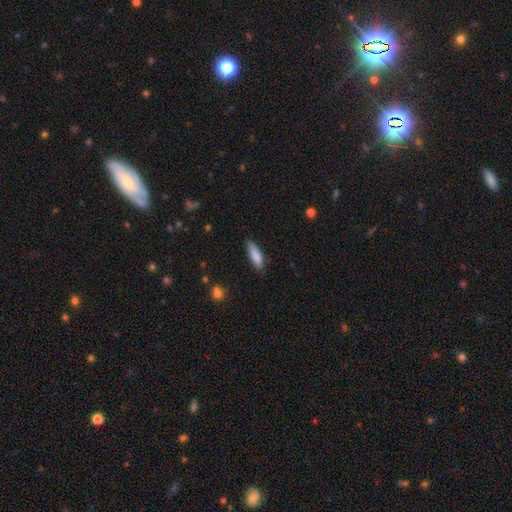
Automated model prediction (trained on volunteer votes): Q: Smooth or featured?
A: smooth (86%); runner-up: featured or disk (8%)
Q: How rounded?
A: in between (50%); runner-up: cigar-shaped (48%)
Q: Merging?
A: none (71%); runner-up: minor disturbance (23%)